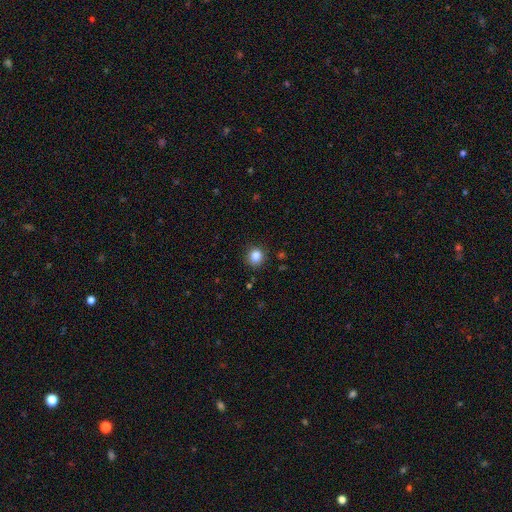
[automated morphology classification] Overall: smooth (85%). How rounded: round (87%). Merging: none (87%).